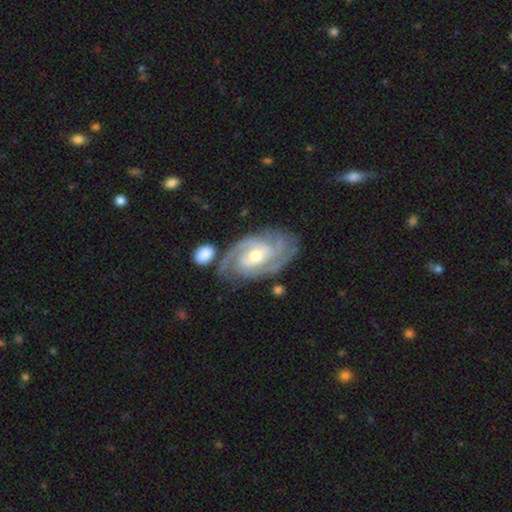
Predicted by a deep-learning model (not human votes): Q: Smooth or featured?
A: featured or disk (90%); runner-up: smooth (6%)
Q: Edge-on disk?
A: no (97%); runner-up: yes (3%)
Q: Bar?
A: weak (42%); runner-up: no (40%)
Q: Spiral arms?
A: yes (98%); runner-up: no (2%)
Q: Spiral winding?
A: tight (60%); runner-up: medium (35%)
Q: Spiral arm count?
A: 2 (44%); runner-up: 3 (31%)
Q: Bulge size?
A: moderate (56%); runner-up: small (40%)
Q: Merging?
A: none (74%); runner-up: minor disturbance (16%)